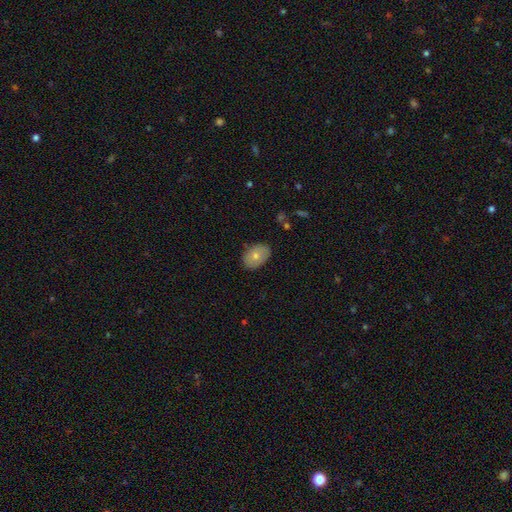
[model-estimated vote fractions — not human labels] Smooth or featured? smooth (72%)
How rounded? in between (84%)
Merging? none (84%)